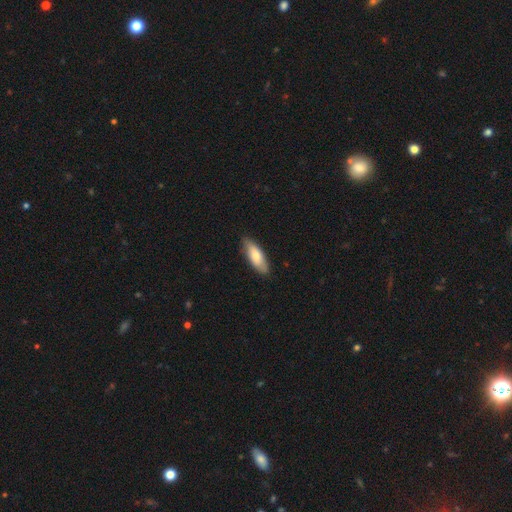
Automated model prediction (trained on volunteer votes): Smooth or featured? smooth (75%)
How rounded? in between (64%)
Merging? none (84%)